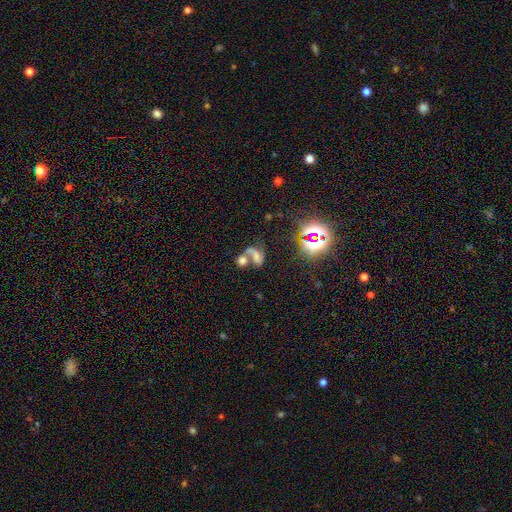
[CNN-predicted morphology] Smooth or featured: featured or disk — 41% (smooth — 34%)
Merging: merger — 58% (none — 20%)